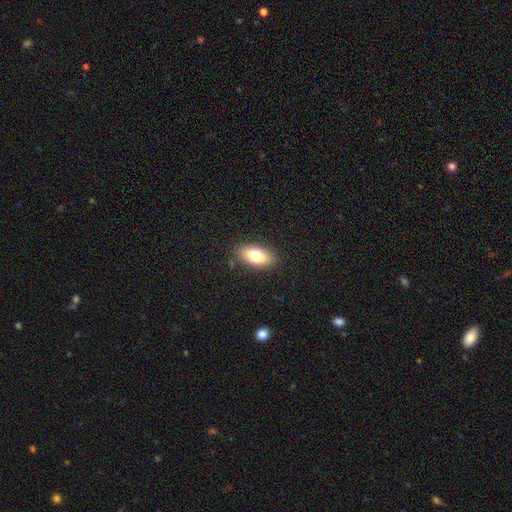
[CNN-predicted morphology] This appears to be a smooth galaxy with no disk features (78%) that is in between round and cigar-shaped (90%). Merging: none (87%).